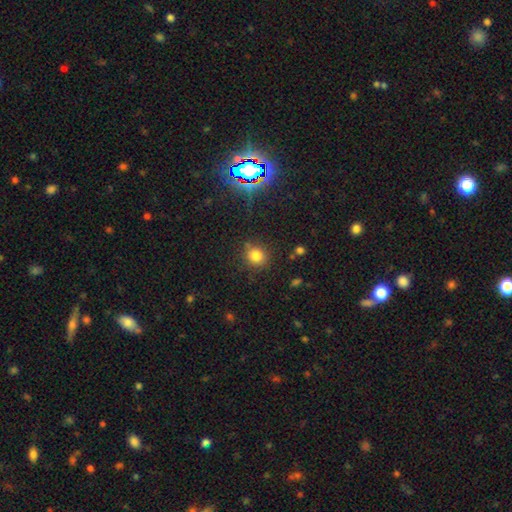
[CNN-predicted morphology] smooth 79%, star or artifact 15%, featured or disk 6%. Down the decision tree: how rounded — round (82%); merging — none (81%).